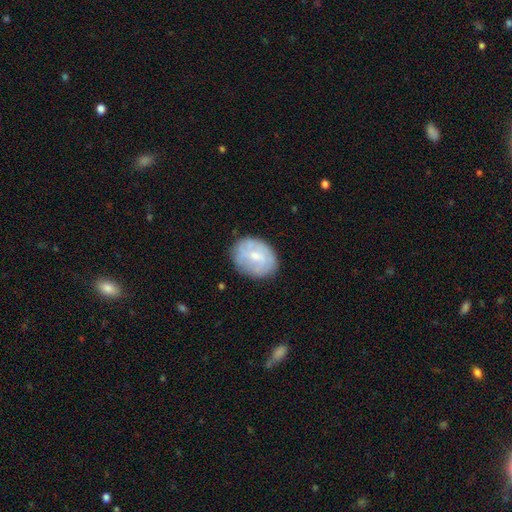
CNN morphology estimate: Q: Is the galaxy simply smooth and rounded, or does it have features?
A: smooth — 50%.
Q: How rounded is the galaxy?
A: in between — 54%.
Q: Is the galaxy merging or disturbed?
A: none — 77%.